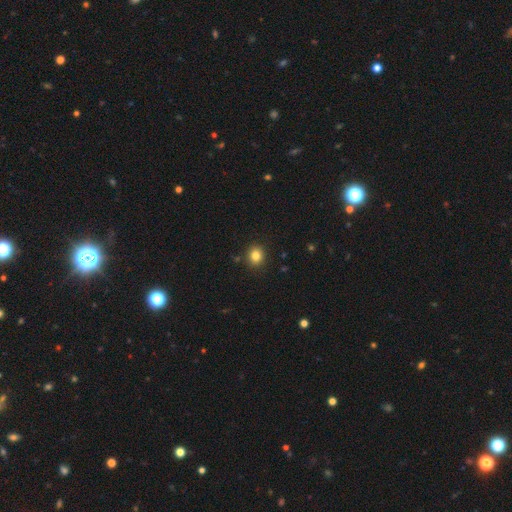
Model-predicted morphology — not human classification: Smooth or featured? Predicted: smooth (p=0.82). How rounded? Predicted: round (p=0.78). Merging? Predicted: none (p=0.90).